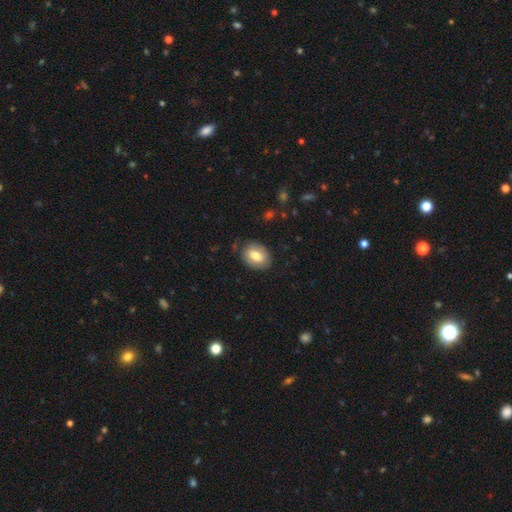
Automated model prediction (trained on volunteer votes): smooth 75%, featured or disk 18%, star or artifact 7%. Down the decision tree: how rounded — in between (80%); merging — none (81%).